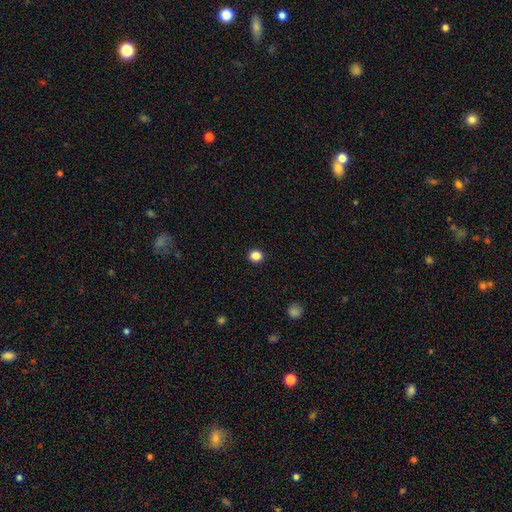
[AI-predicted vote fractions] A smooth galaxy with no disk features (85%) that is round (85%).

Vote fractions:
- Smooth or featured? smooth: 85% / star or artifact: 12% / featured or disk: 3%
- How rounded? round: 85% / in between: 14% / cigar-shaped: 1%
- Merging? none: 93% / minor disturbance: 5% / major disturbance: 2% / merger: 1%